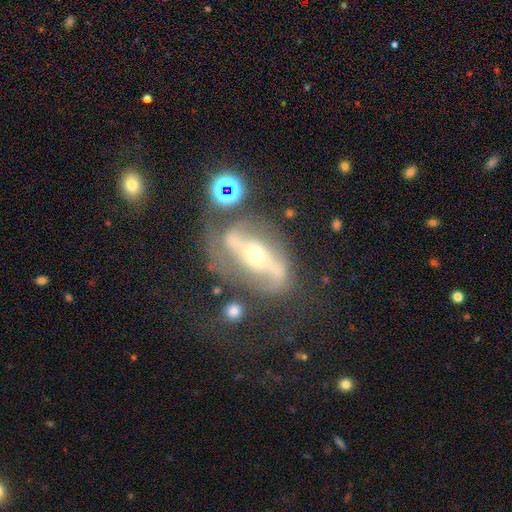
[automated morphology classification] Smooth or featured: featured or disk — 81% (smooth — 11%)
Edge-on disk: no — 90% (yes — 10%)
Bar: strong — 51% (no — 27%)
Spiral arms: yes — 81% (no — 19%)
Spiral winding: medium — 40% (loose — 35%)
Spiral arm count: 2 — 77% (can't tell — 12%)
Bulge size: moderate — 51% (small — 44%)
Merging: none — 47% (major disturbance — 24%)